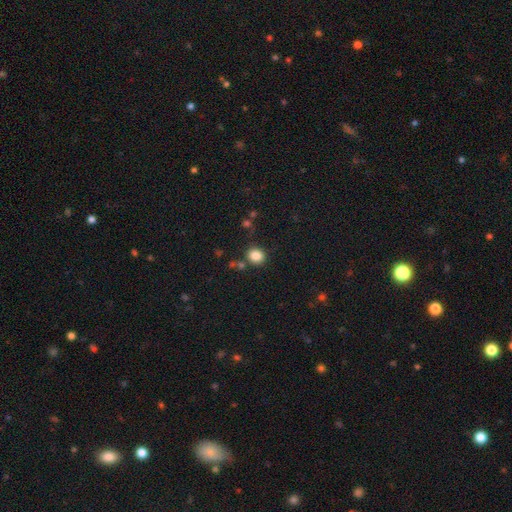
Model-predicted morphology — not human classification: The model was most divided on "how rounded": round: 77%, in between: 22%, cigar-shaped: 1%. More confident: smooth or featured — smooth (84%); merging — none (79%).